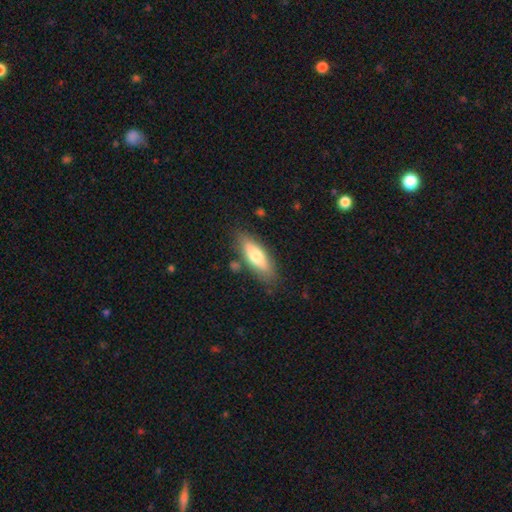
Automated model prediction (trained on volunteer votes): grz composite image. It shows a smooth galaxy with no disk features (68%) that is in between round and cigar-shaped (59%). Merging: none (80%).